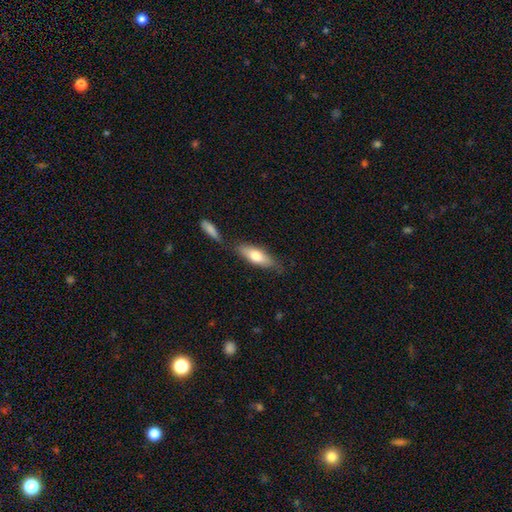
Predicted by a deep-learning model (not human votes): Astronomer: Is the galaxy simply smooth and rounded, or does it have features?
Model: smooth — 71%.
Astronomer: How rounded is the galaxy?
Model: in between — 57% (runner-up: cigar-shaped, 41%).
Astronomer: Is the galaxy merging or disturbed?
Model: none — 68%.